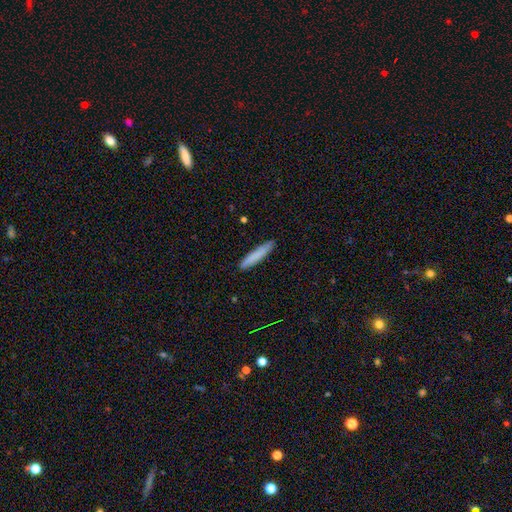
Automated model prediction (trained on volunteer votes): This is clearly a smooth galaxy (82%). How rounded: clearly cigar-shaped (93%). Merging: clearly none (89%).